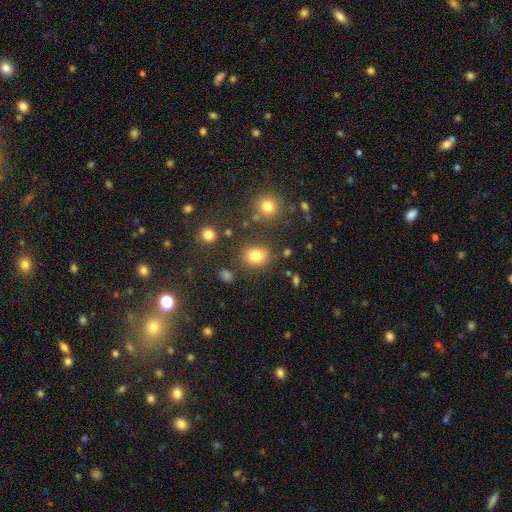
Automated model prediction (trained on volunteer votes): smooth_or_featured: smooth (p=0.80) [alt: star or artifact p=0.14]
how_rounded: round (p=0.71) [alt: in between p=0.28]
merging: none (p=0.81) [alt: minor disturbance p=0.10]